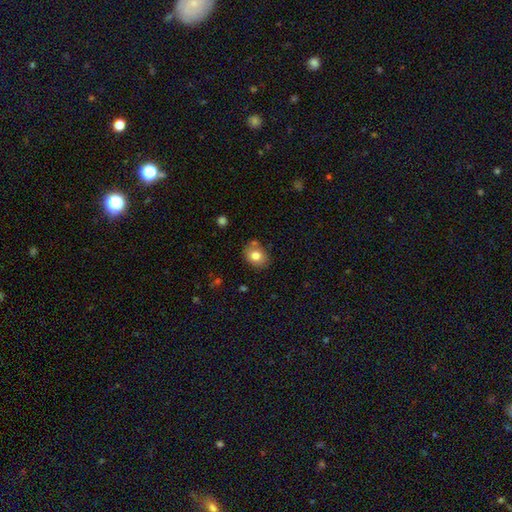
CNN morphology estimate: This is likely a smooth galaxy (79%). How rounded: possibly in between (53%). Merging: likely none (74%).